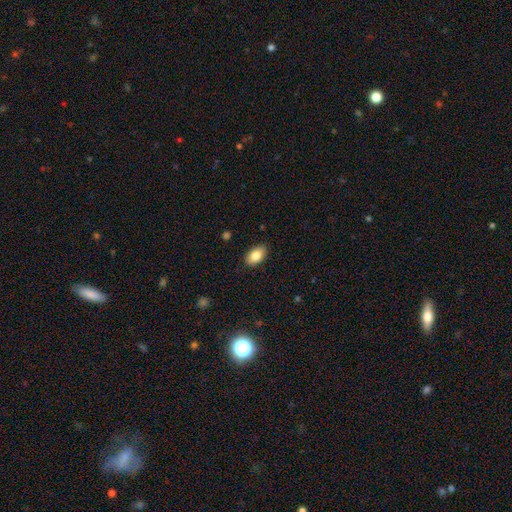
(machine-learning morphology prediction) A smooth galaxy with no disk features (85%) that is in between round and cigar-shaped (93%). Merging: none (88%).